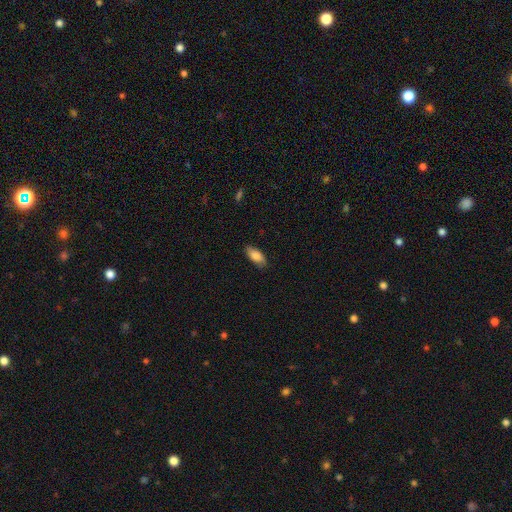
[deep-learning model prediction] smooth_or_featured: smooth (p=0.83) [alt: featured or disk p=0.11]
how_rounded: in between (p=0.86) [alt: cigar-shaped p=0.12]
merging: none (p=0.82) [alt: minor disturbance p=0.14]